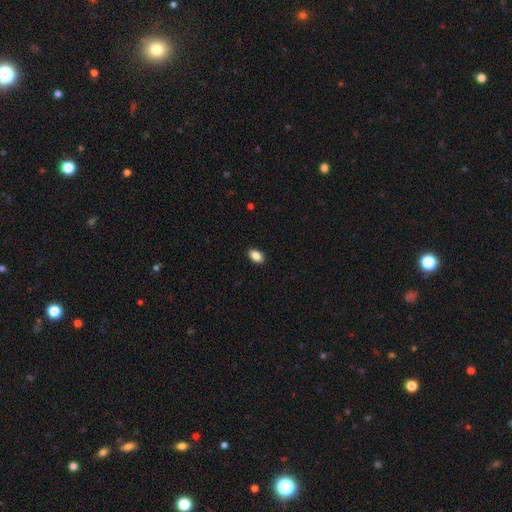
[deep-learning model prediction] Smooth or featured: smooth — 87% (star or artifact — 8%)
How rounded: in between — 90% (round — 8%)
Merging: none — 90% (minor disturbance — 8%)